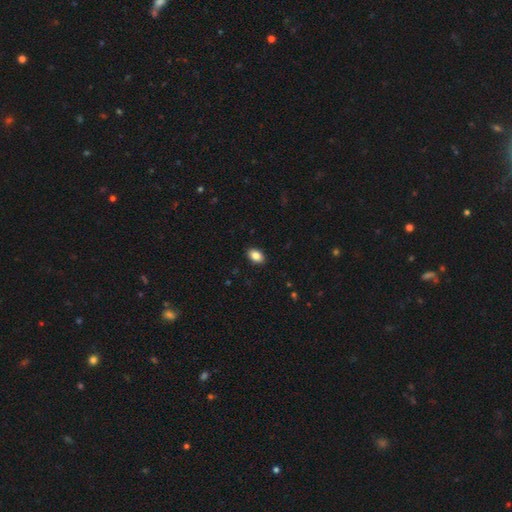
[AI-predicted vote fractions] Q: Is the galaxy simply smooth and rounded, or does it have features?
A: smooth — 85%.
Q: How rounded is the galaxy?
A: in between — 88%.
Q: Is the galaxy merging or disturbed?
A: none — 90%.